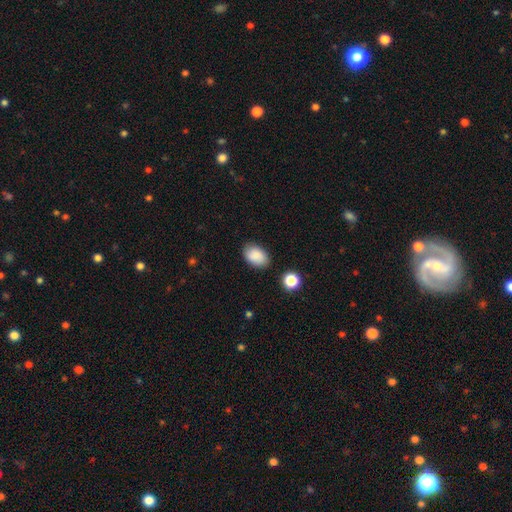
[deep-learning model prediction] A smooth galaxy with no disk features (87%) that is in between round and cigar-shaped (87%). Merging: none (83%).